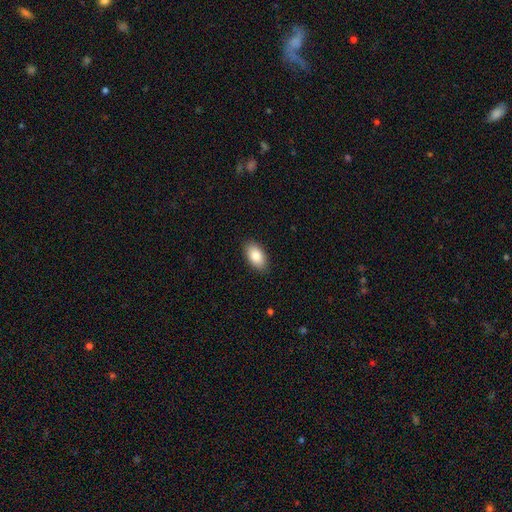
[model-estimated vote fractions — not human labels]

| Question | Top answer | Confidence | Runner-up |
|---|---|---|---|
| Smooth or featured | smooth | 86% | featured or disk (7%) |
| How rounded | in between | 94% | round (3%) |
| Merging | none | 88% | minor disturbance (9%) |